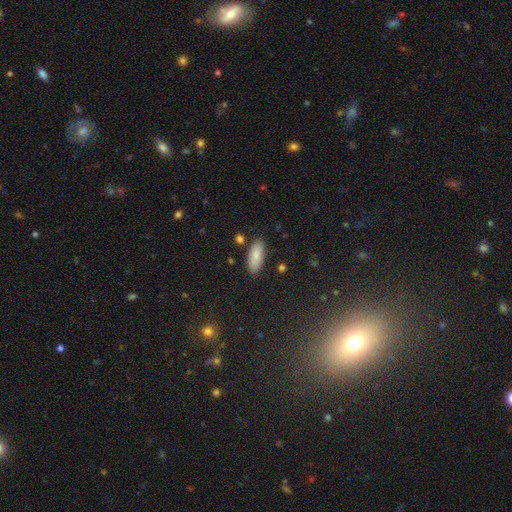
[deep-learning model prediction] Q: Smooth or featured?
A: smooth (84%); runner-up: featured or disk (9%)
Q: How rounded?
A: in between (79%); runner-up: cigar-shaped (19%)
Q: Merging?
A: none (83%); runner-up: minor disturbance (11%)